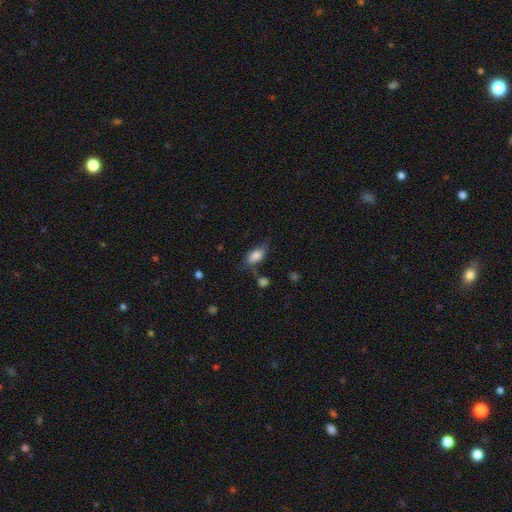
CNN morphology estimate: Smooth or featured: smooth — 78% (featured or disk — 13%)
How rounded: in between — 88% (cigar-shaped — 7%)
Merging: none — 53% (minor disturbance — 28%)